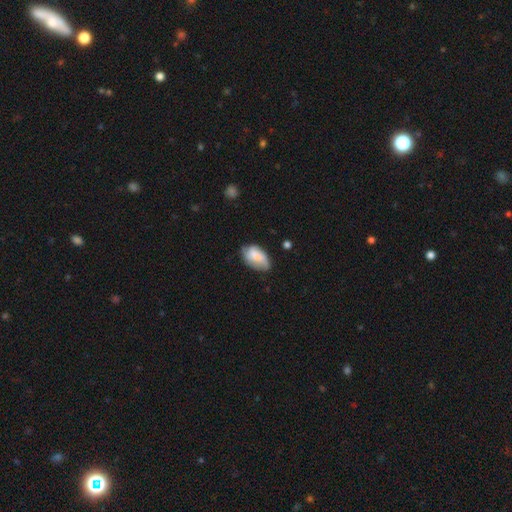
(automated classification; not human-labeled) Smooth or featured? smooth (71%)
How rounded? in between (92%)
Merging? none (50%)